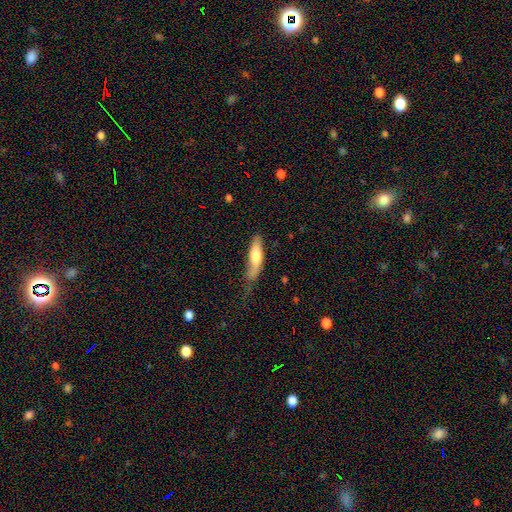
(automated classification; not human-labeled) Q: Smooth or featured?
A: smooth (65%); runner-up: featured or disk (30%)
Q: How rounded?
A: cigar-shaped (64%); runner-up: in between (34%)
Q: Merging?
A: none (48%); runner-up: minor disturbance (35%)